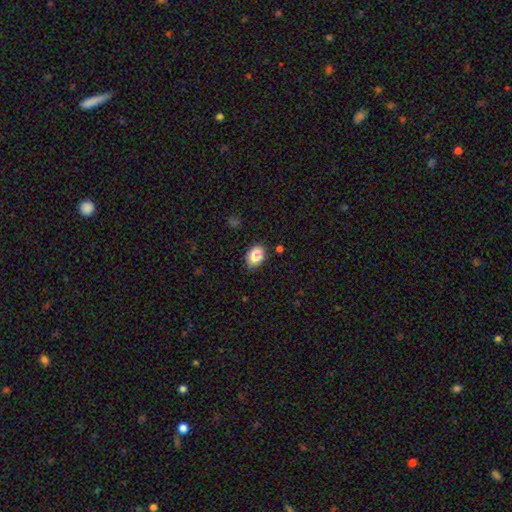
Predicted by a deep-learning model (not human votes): Q: Smooth or featured?
A: smooth (86%); runner-up: star or artifact (8%)
Q: How rounded?
A: in between (78%); runner-up: round (21%)
Q: Merging?
A: none (81%); runner-up: minor disturbance (14%)